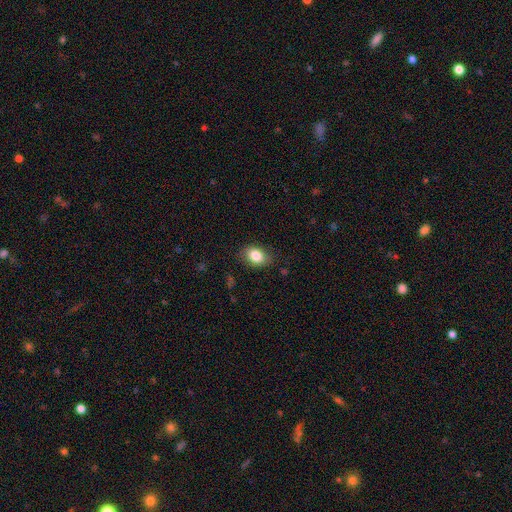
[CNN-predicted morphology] smooth 84%, star or artifact 8%, featured or disk 8%. Down the decision tree: how rounded — in between (73%); merging — none (81%).